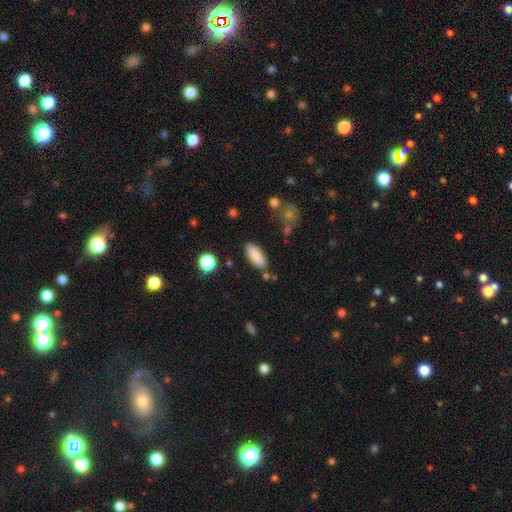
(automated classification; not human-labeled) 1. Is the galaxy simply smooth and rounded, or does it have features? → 86% smooth, 8% star or artifact, 6% featured or disk.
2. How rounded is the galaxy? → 79% in between, 19% cigar-shaped, 2% round.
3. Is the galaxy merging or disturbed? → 83% none, 10% minor disturbance, 4% merger, 3% major disturbance.